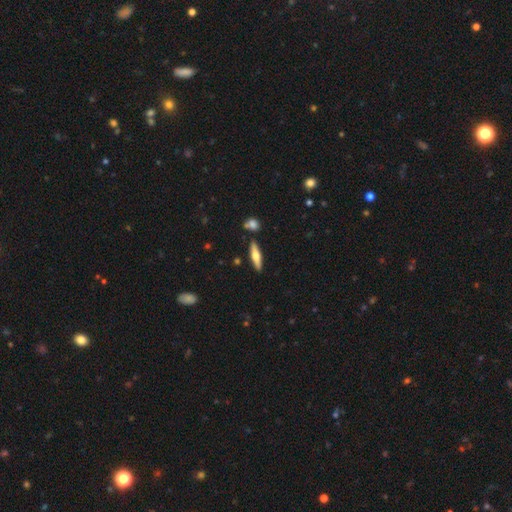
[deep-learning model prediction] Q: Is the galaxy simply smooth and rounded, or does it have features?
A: featured or disk — 48%.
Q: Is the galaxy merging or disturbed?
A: none — 85%.